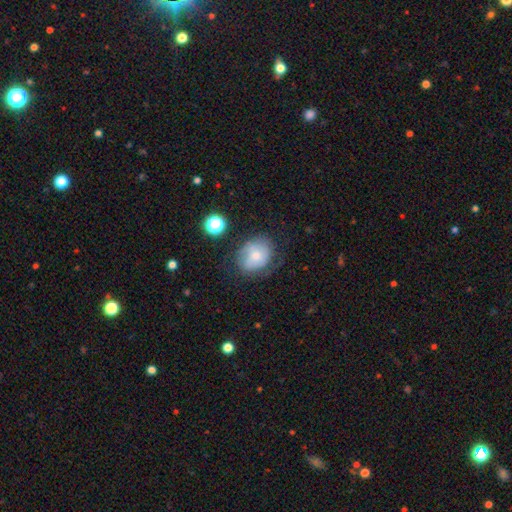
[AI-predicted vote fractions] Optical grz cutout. It shows a smooth galaxy with no disk features (54%) that is round (53%). Merging: none (53%).